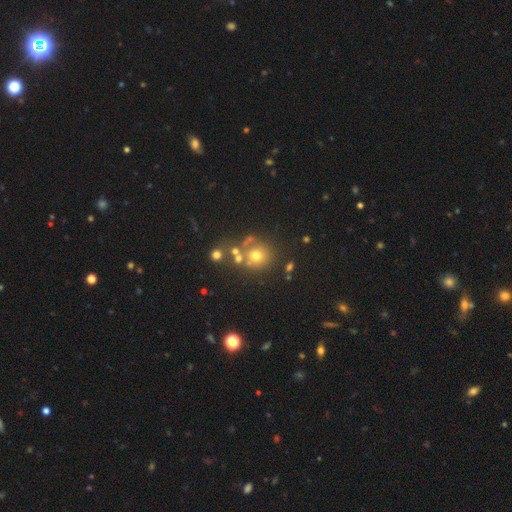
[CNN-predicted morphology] Smooth or featured? Predicted: smooth (p=0.62). How rounded? Predicted: round (p=0.87). Merging? Predicted: none (p=0.59).